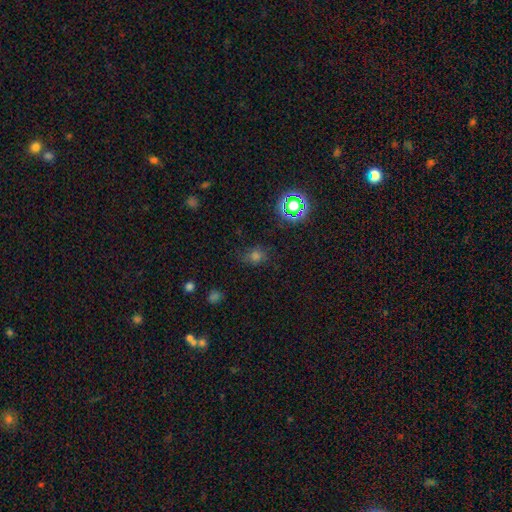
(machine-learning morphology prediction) type=smooth (60%); roundness=round (66%); merging=none (71%).